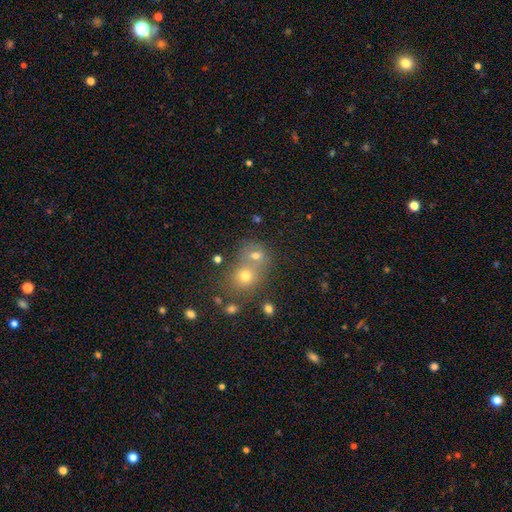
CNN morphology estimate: Q: Smooth or featured?
A: smooth (67%); runner-up: star or artifact (17%)
Q: How rounded?
A: round (66%); runner-up: in between (33%)
Q: Merging?
A: merger (54%); runner-up: none (35%)